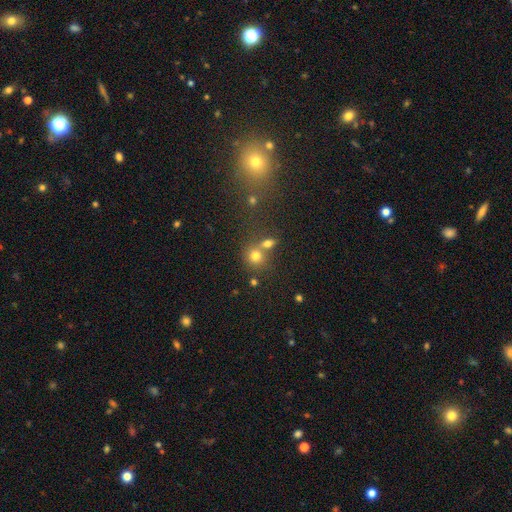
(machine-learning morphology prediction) type=smooth (74%); roundness=round (81%); merging=none (50%).